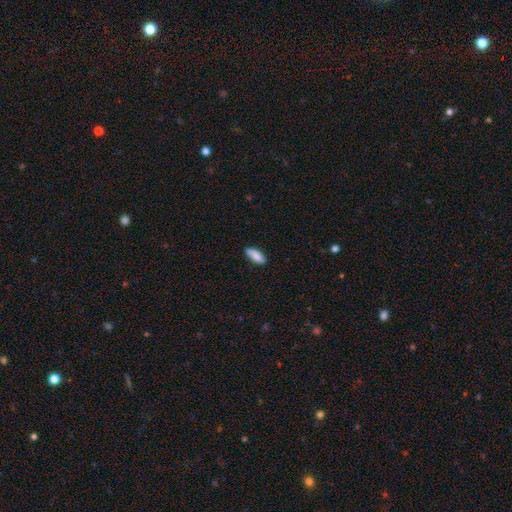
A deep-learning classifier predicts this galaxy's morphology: This is clearly a smooth galaxy (85%). How rounded: likely in between (76%). Merging: likely none (79%).